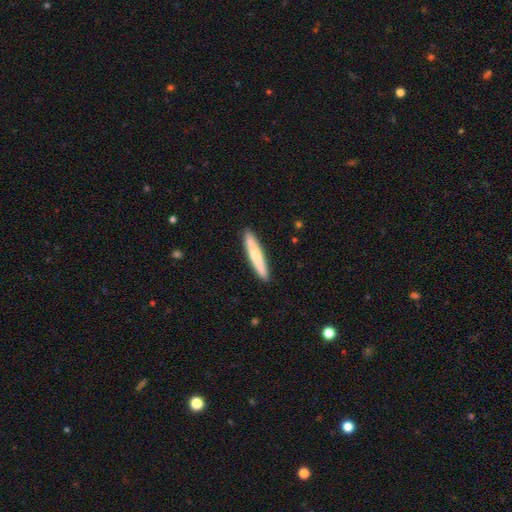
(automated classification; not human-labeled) smooth 69%, featured or disk 26%, star or artifact 5%. Down the decision tree: how rounded — cigar-shaped (93%); merging — none (91%).